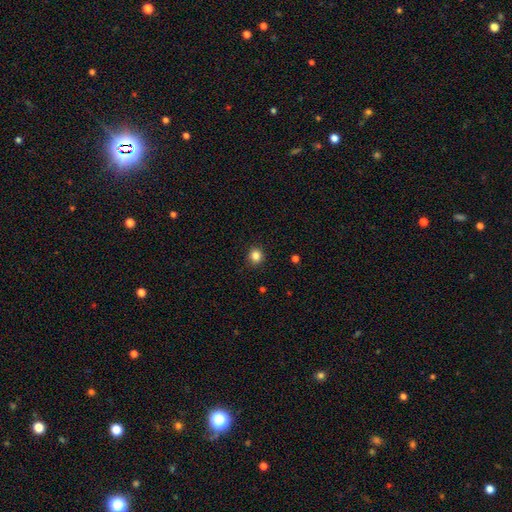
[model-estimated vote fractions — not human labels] Smooth or featured: smooth — 84% (star or artifact — 12%)
How rounded: round — 89% (in between — 11%)
Merging: none — 90% (minor disturbance — 7%)